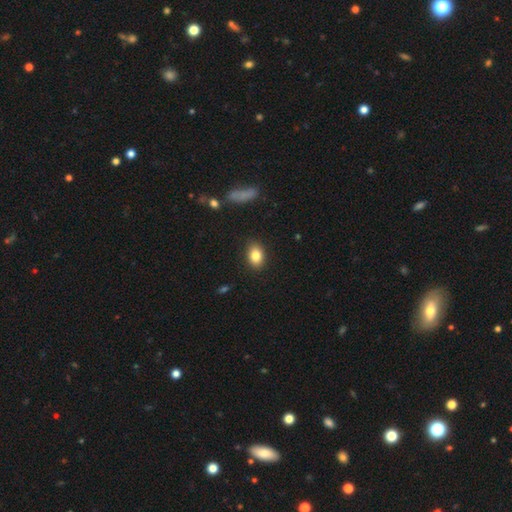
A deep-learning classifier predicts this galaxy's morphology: Smooth or featured?
  - smooth: 83% *
  - star or artifact: 9%
  - featured or disk: 8%
How rounded?
  - in between: 75% *
  - round: 24%
  - cigar-shaped: 1%
Merging?
  - none: 87% *
  - minor disturbance: 10%
  - major disturbance: 2%
  - merger: 1%